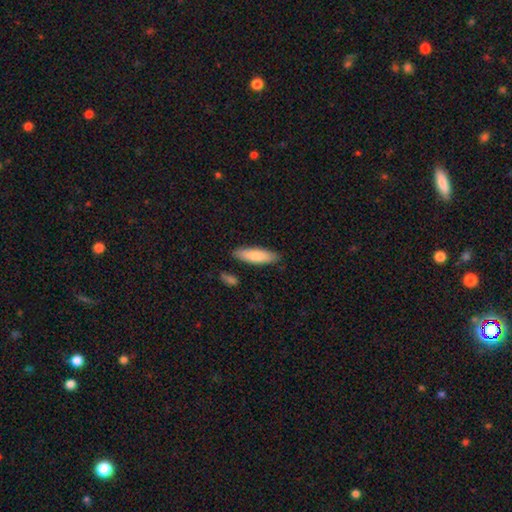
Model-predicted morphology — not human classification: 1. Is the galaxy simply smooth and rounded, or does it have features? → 80% smooth, 15% featured or disk, 6% star or artifact.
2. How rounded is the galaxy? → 54% cigar-shaped, 44% in between, 2% round.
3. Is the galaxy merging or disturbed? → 85% none, 10% minor disturbance, 2% merger, 2% major disturbance.